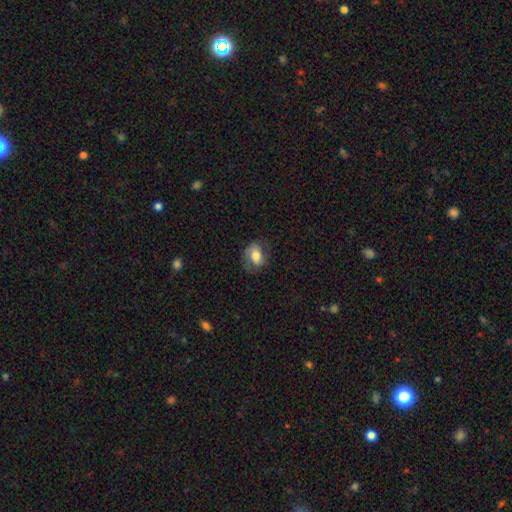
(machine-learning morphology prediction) The model was most divided on "smooth or featured": smooth: 63%, featured or disk: 29%, star or artifact: 8%. More confident: how rounded — in between (72%); merging — none (67%).